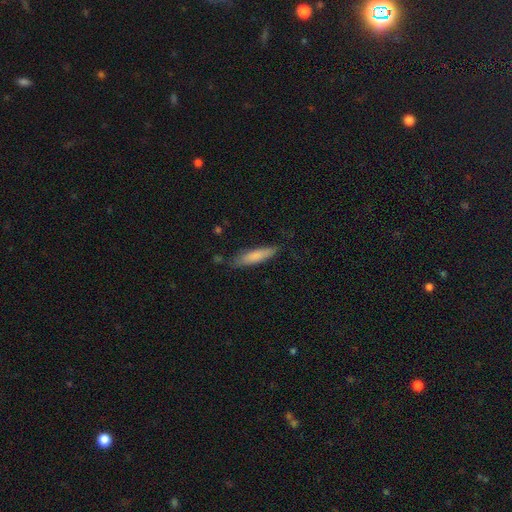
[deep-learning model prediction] Smooth or featured? Predicted: smooth (p=0.78). How rounded? Predicted: cigar-shaped (p=0.78). Merging? Predicted: none (p=0.78).